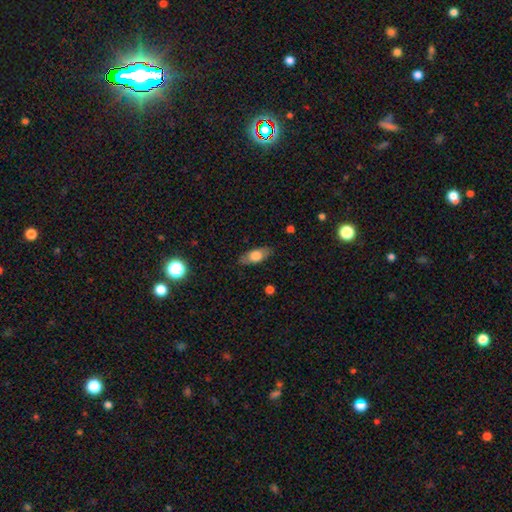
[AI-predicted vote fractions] Morphology: type=smooth (68%); roundness=in between (81%); merging=none (83%).